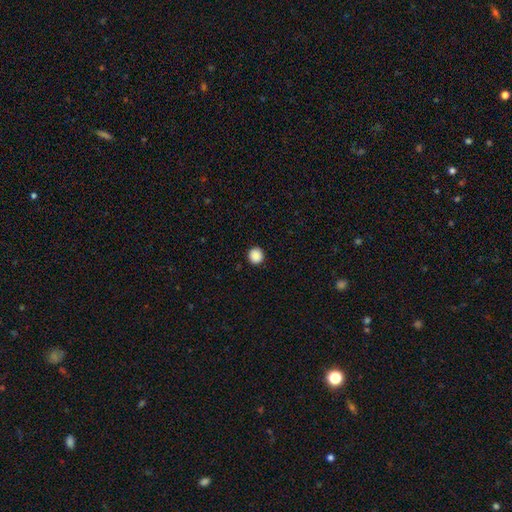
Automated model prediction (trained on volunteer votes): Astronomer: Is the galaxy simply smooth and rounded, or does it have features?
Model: smooth — 88%.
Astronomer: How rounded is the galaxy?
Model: round — 95%.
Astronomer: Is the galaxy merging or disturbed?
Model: none — 93%.